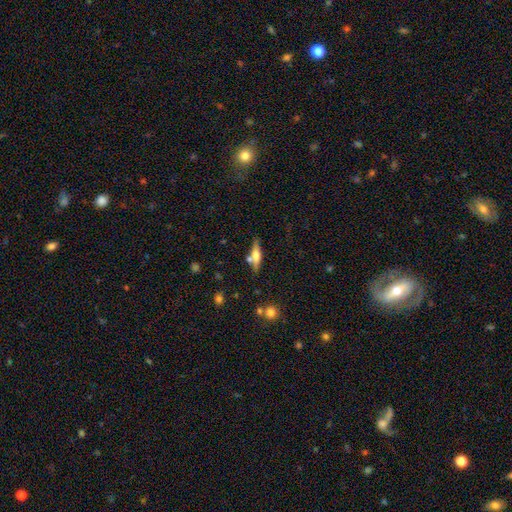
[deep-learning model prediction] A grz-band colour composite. It shows a featured or disk galaxy (48%). Merging: none (69%).